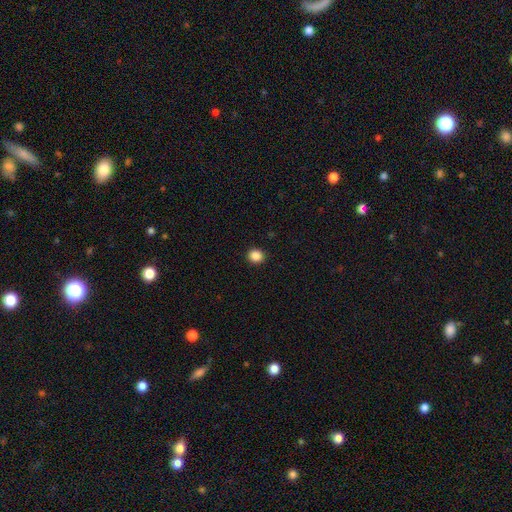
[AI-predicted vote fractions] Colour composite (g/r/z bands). It shows a smooth galaxy with no disk features (87%) that is round (86%). Merging: none (92%).